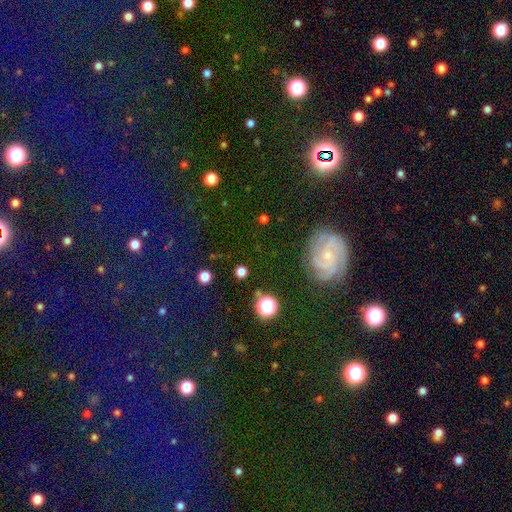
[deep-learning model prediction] A star or artifact, not a galaxy (55%).